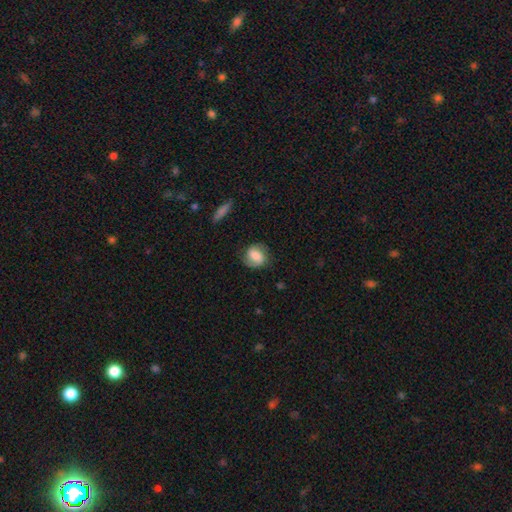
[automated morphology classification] A smooth galaxy with no disk features (60%) that is round (58%). Merging: none (74%).